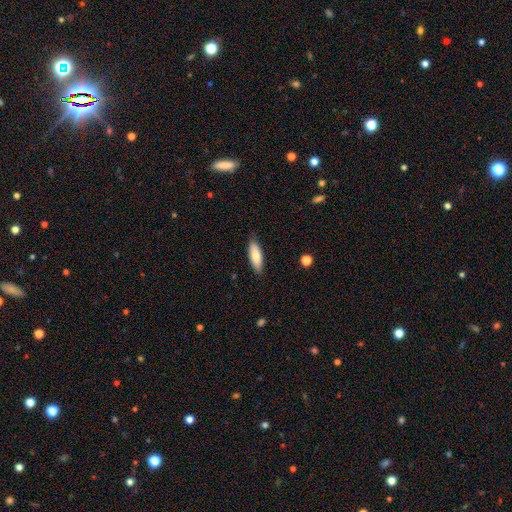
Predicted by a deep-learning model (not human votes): Overall: smooth (79%). How rounded: in between (56%; cigar-shaped 42%). Merging: none (86%).